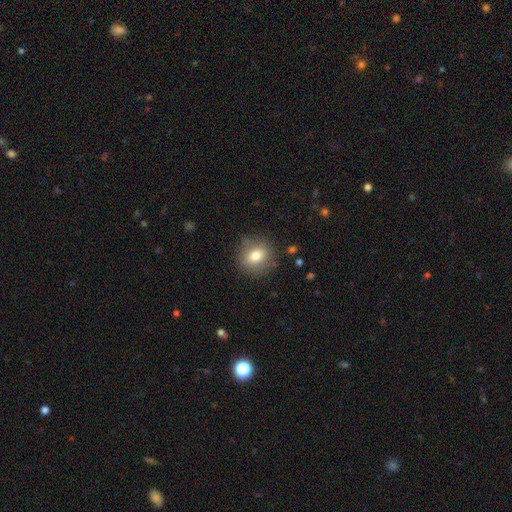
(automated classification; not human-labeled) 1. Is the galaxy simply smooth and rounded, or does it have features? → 76% smooth, 14% featured or disk, 10% star or artifact.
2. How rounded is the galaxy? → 70% round, 28% in between, 2% cigar-shaped.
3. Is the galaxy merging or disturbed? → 84% none, 11% minor disturbance, 3% major disturbance, 1% merger.